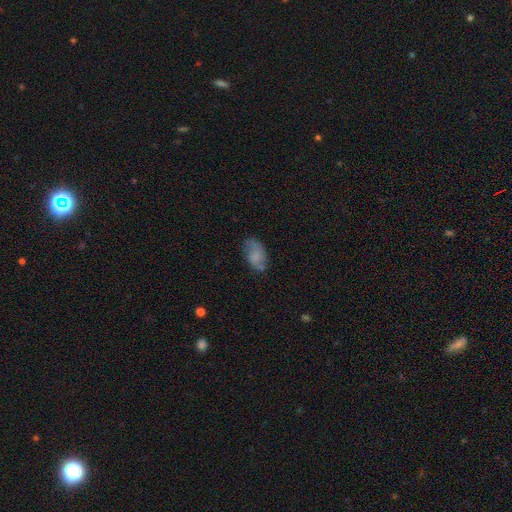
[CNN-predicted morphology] Smooth or featured? smooth (60%)
How rounded? in between (91%)
Merging? none (65%)